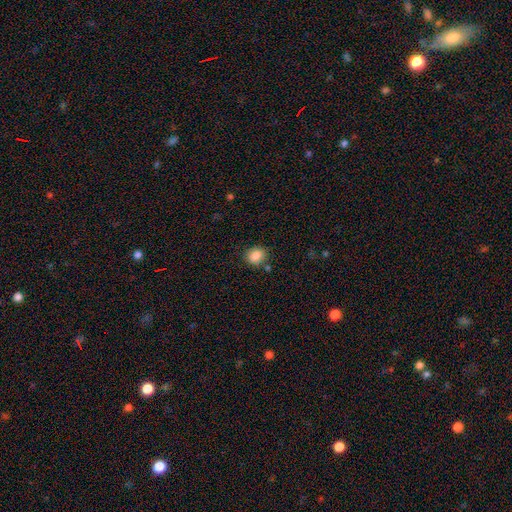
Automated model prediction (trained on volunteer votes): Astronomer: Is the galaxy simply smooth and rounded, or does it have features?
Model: smooth — 86%.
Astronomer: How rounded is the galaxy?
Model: round — 58% (runner-up: in between, 41%).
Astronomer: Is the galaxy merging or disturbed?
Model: none — 81%.